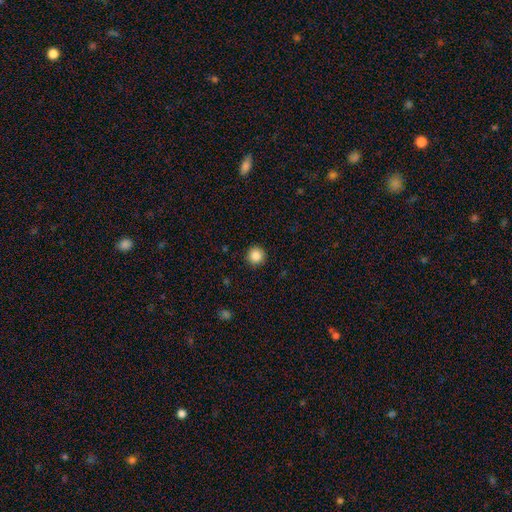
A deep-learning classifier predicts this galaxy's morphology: A smooth galaxy with no disk features (87%) that is round (95%). Merging: none (92%).